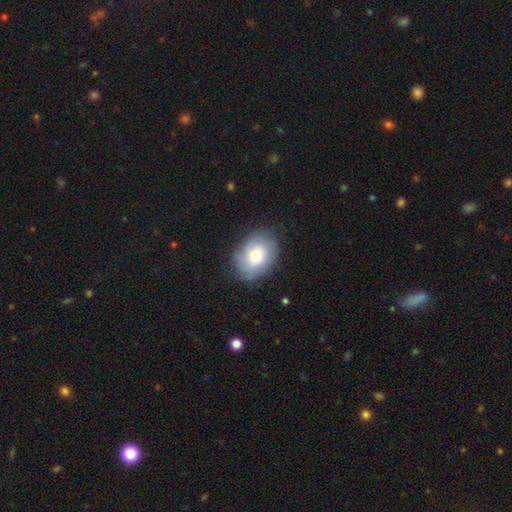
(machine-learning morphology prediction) smooth 61%, featured or disk 32%, star or artifact 7%. Down the decision tree: how rounded — in between (60%); merging — none (75%).